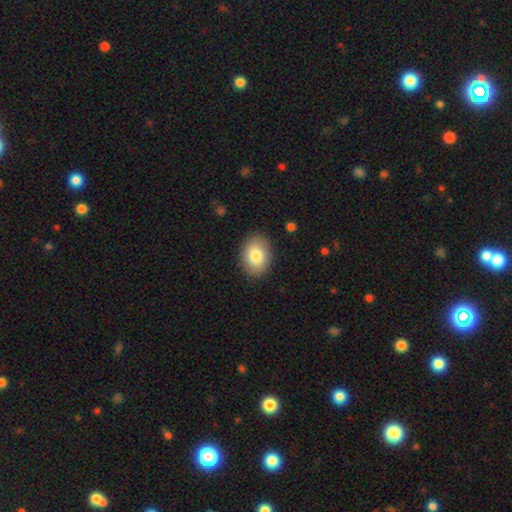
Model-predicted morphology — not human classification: smooth 83%, featured or disk 10%, star or artifact 7%. Down the decision tree: how rounded — in between (76%); merging — none (88%).